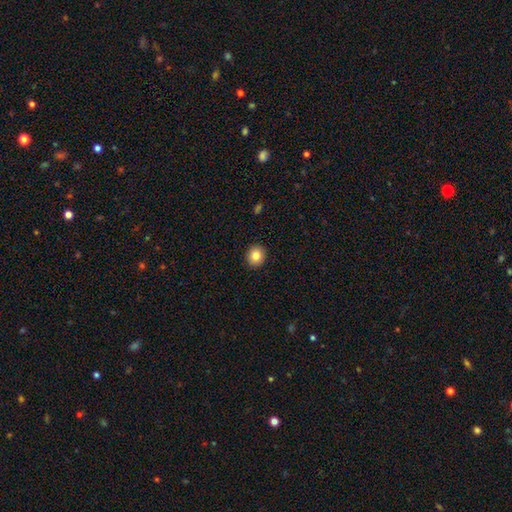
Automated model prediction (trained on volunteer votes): Overall: smooth (84%). How rounded: round (76%). Merging: none (92%).